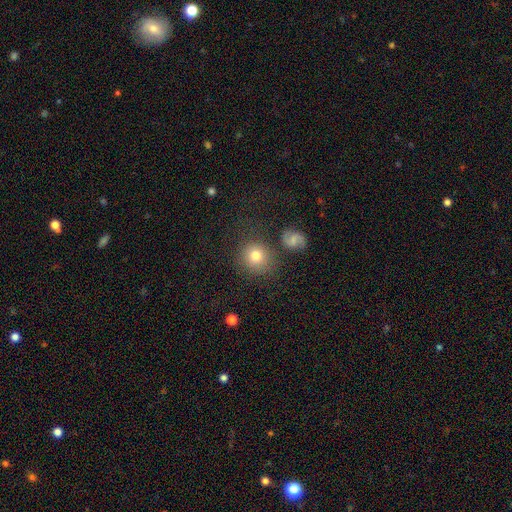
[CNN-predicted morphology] smooth 77%, star or artifact 12%, featured or disk 11%. Down the decision tree: how rounded — round (89%); merging — none (80%).